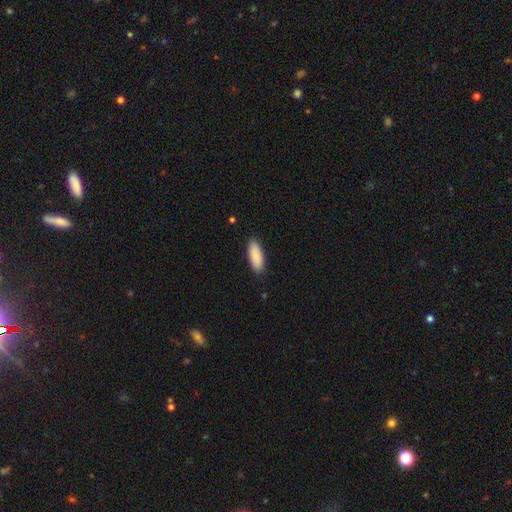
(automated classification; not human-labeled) This is clearly a smooth galaxy (90%). How rounded: likely in between (71%). Merging: clearly none (88%).